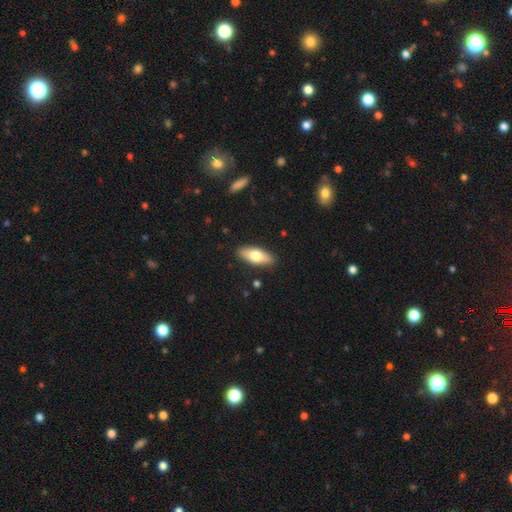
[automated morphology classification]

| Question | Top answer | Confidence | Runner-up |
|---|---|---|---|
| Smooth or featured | smooth | 68% | featured or disk (26%) |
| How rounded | in between | 74% | cigar-shaped (24%) |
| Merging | none | 89% | minor disturbance (8%) |